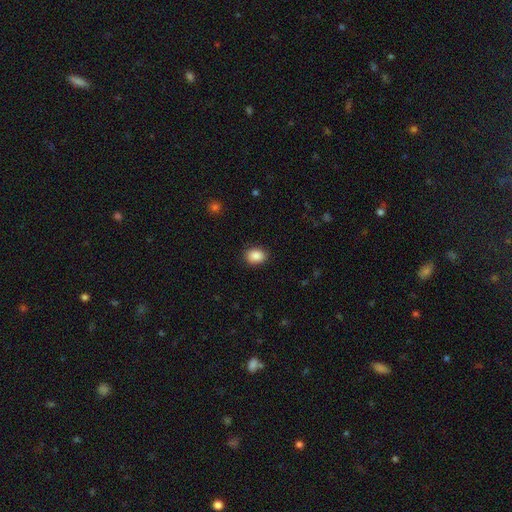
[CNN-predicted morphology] smooth-or-featured: smooth: 88% | star or artifact: 8% | featured or disk: 3%
  how-rounded: in between: 60% | round: 39% | cigar-shaped: 1%
  merging: none: 89% | minor disturbance: 8% | major disturbance: 2% | merger: 1%